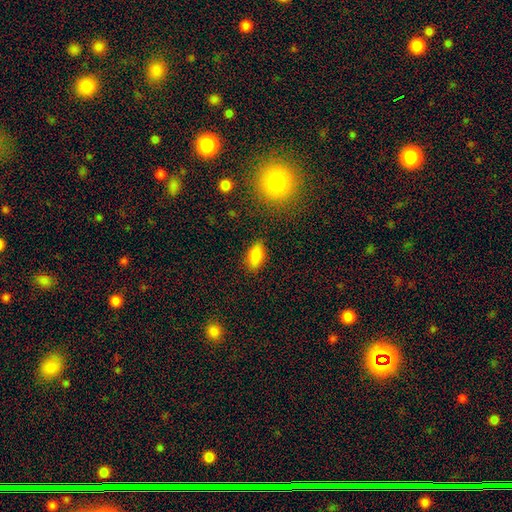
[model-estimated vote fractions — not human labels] Smooth or featured? smooth (82%)
How rounded? in between (89%)
Merging? none (86%)